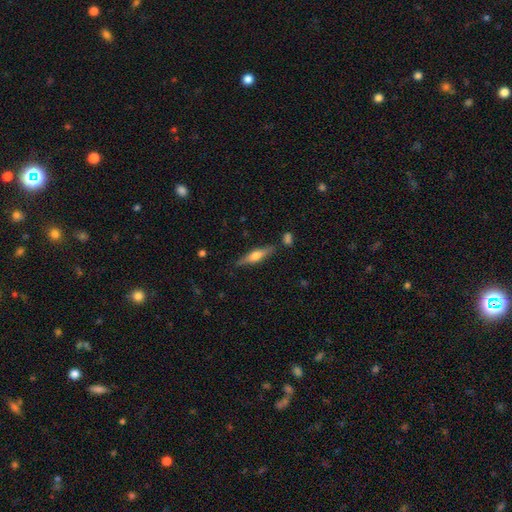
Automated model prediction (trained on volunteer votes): This appears to be a featured or disk galaxy (56%) viewed edge-on (94%) with a rounded central bulge (88%). Merging: none (81%).